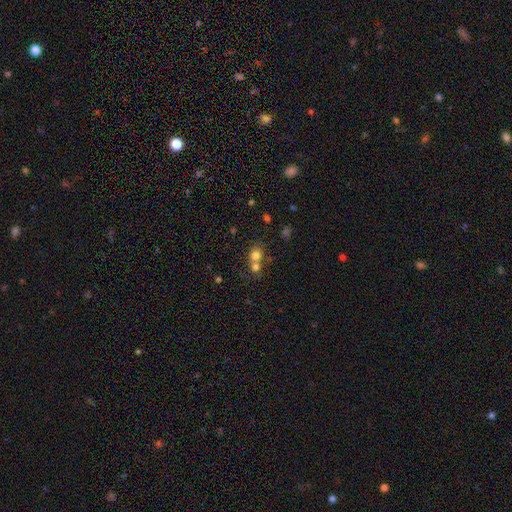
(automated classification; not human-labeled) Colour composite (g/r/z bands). It shows a smooth galaxy with no disk features (74%) that is round (76%). Merging: merger (53%).